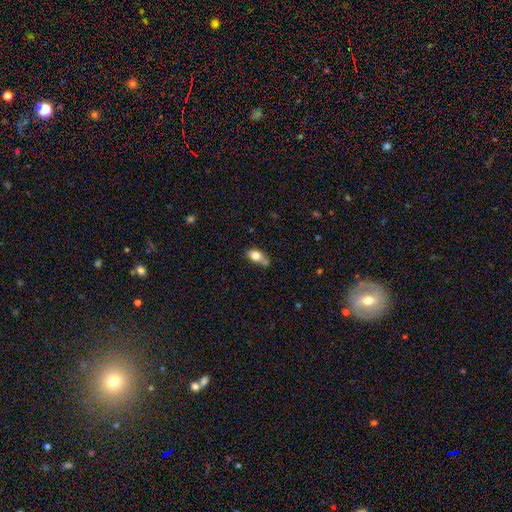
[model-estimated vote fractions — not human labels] Morphology: type=smooth (76%); roundness=in between (83%); merging=none (38%).